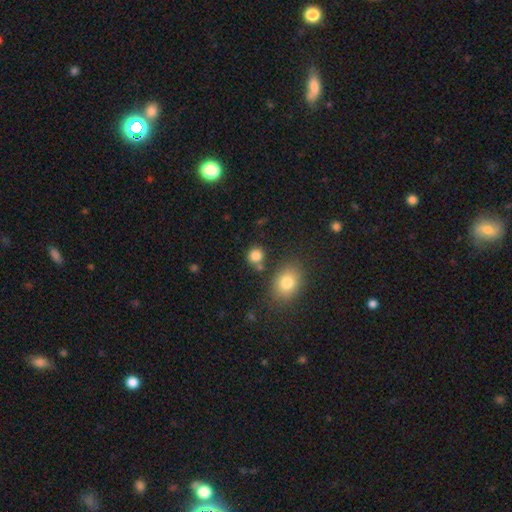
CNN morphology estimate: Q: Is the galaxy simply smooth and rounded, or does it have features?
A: smooth — 83%.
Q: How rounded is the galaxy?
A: round — 83%.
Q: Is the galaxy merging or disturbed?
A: none — 72%.